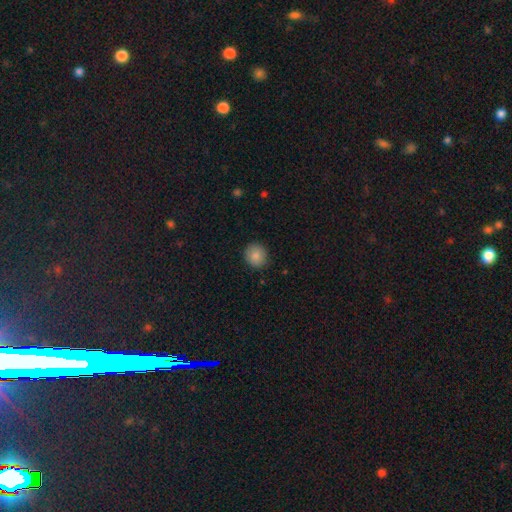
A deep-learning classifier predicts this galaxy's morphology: type=smooth (87%); roundness=round (85%); merging=none (88%).